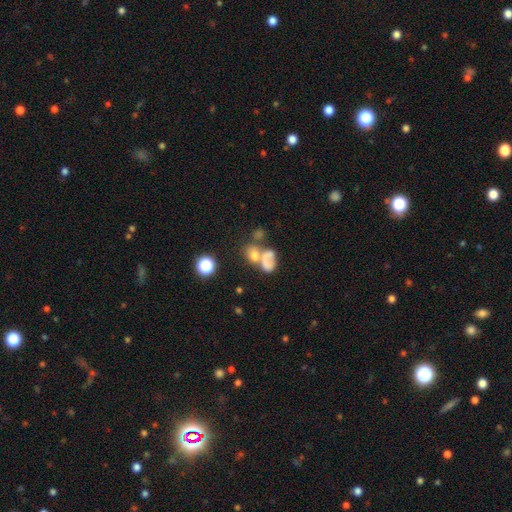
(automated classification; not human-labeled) smooth-or-featured: smooth: 50% | featured or disk: 28% | star or artifact: 22%
  how-rounded: in between: 53% | round: 44% | cigar-shaped: 3%
  merging: merger: 50% | none: 26% | major disturbance: 13% | minor disturbance: 10%